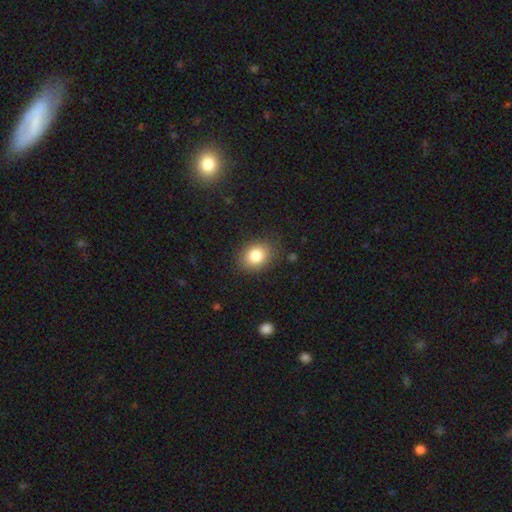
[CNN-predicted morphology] A smooth galaxy with no disk features (83%) that is in between round and cigar-shaped (52%).

Vote fractions:
- Smooth or featured? smooth: 83% / star or artifact: 9% / featured or disk: 7%
- How rounded? in between: 52% / round: 48% / cigar-shaped: 1%
- Merging? none: 84% / minor disturbance: 11% / major disturbance: 3% / merger: 1%